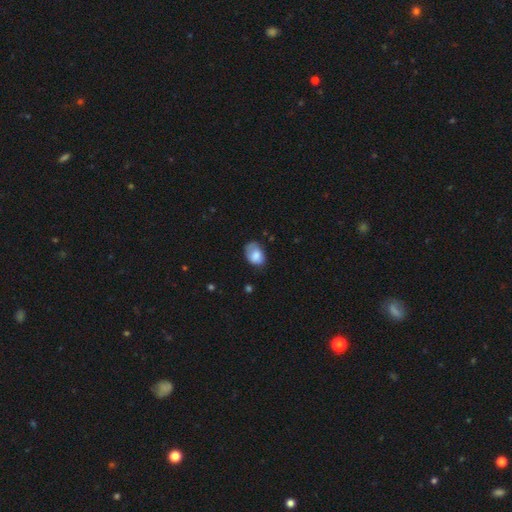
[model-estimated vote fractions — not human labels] This is likely a smooth galaxy (77%). How rounded: likely in between (78%). Merging: possibly none (51%).